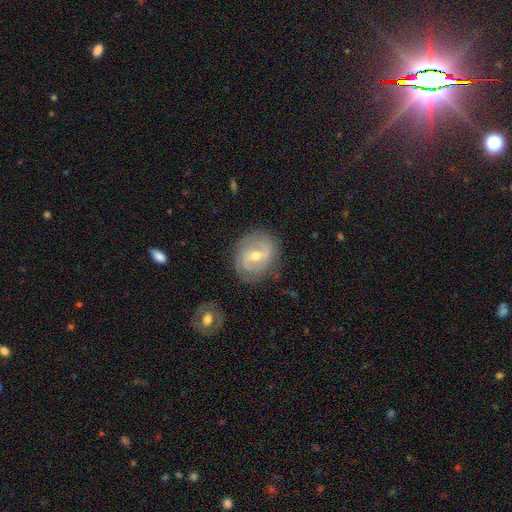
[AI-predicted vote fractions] This appears to be a featured or disk galaxy (80%) with a weak bar (55%), 2 (72%) medium (42%) spiral arms (91%) and a moderate central bulge (59%). Merging: none (78%).